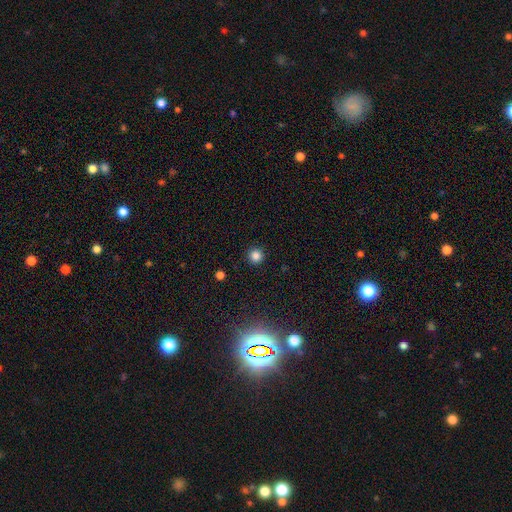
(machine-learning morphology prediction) The model was most divided on "smooth or featured": smooth: 83%, star or artifact: 13%, featured or disk: 3%. More confident: how rounded — round (95%); merging — none (92%).